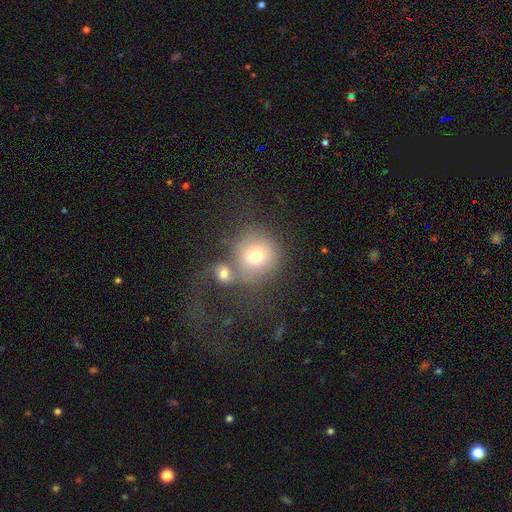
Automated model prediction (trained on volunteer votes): Smooth or featured? Predicted: smooth (p=0.72). How rounded? Predicted: round (p=0.87). Merging? Predicted: none (p=0.44).